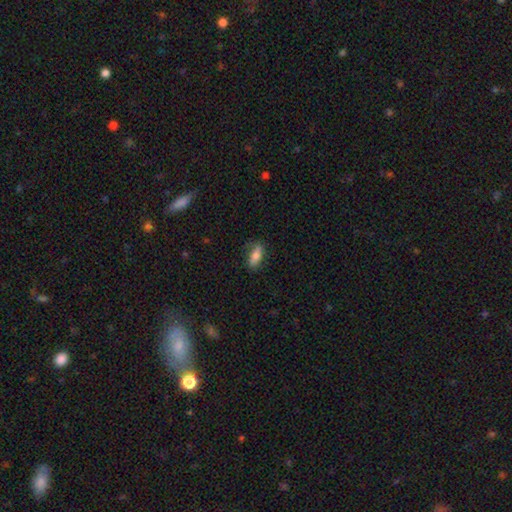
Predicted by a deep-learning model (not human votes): smooth-or-featured: smooth: 73% | featured or disk: 20% | star or artifact: 7%
  how-rounded: in between: 70% | cigar-shaped: 27% | round: 3%
  merging: none: 78% | minor disturbance: 17% | major disturbance: 4% | merger: 1%